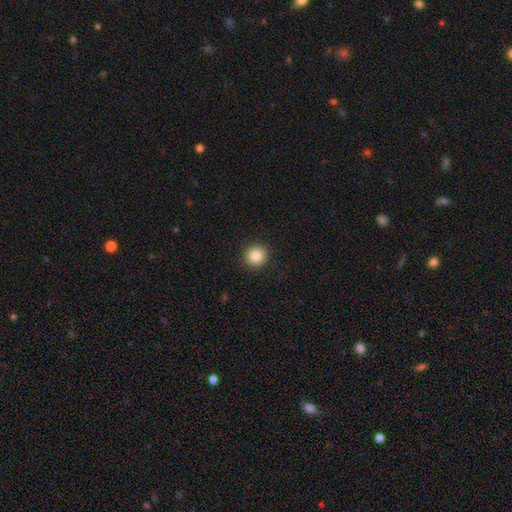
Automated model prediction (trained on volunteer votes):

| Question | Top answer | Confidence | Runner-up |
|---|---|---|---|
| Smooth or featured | smooth | 85% | star or artifact (10%) |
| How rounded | round | 93% | in between (6%) |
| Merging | none | 92% | minor disturbance (5%) |